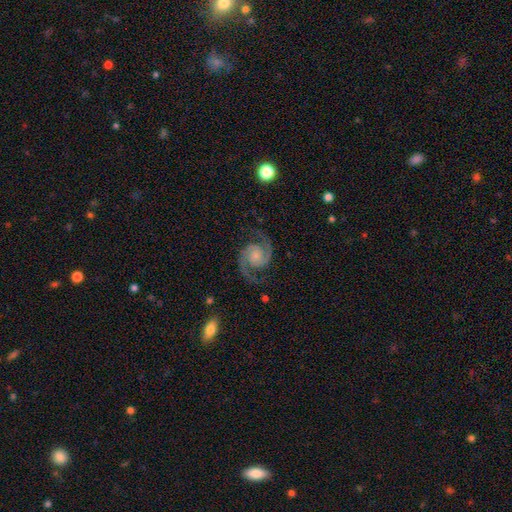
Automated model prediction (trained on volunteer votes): Smooth or featured? Predicted: featured or disk (p=0.93). Edge-on disk? Predicted: no (p=0.99). Bar? Predicted: no (p=0.69). Spiral arms? Predicted: yes (p=0.99). Spiral winding? Predicted: medium (p=0.62). Spiral arm count? Predicted: 2 (p=0.95). Bulge size? Predicted: small (p=0.44). Merging? Predicted: none (p=0.83).